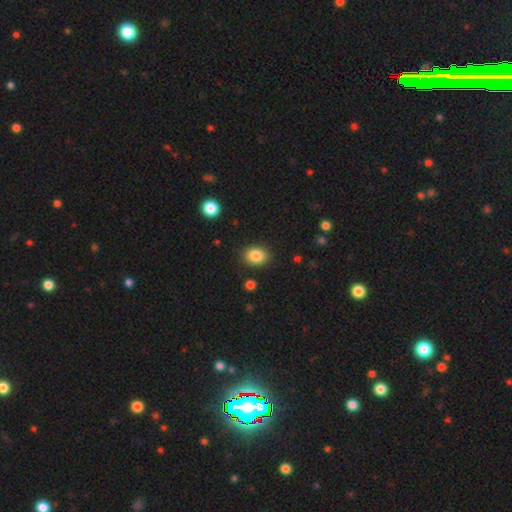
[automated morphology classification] Q: Smooth or featured?
A: smooth (86%); runner-up: star or artifact (9%)
Q: How rounded?
A: round (50%); runner-up: in between (49%)
Q: Merging?
A: none (87%); runner-up: minor disturbance (9%)